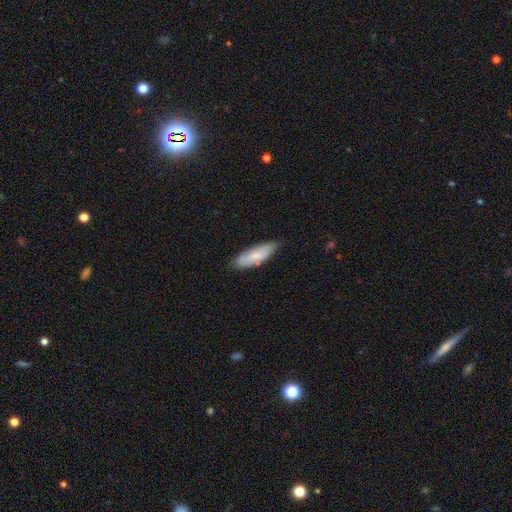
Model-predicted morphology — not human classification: Overall: smooth (73%). How rounded: in between (57%; cigar-shaped 41%). Merging: none (65%; minor disturbance 29%).